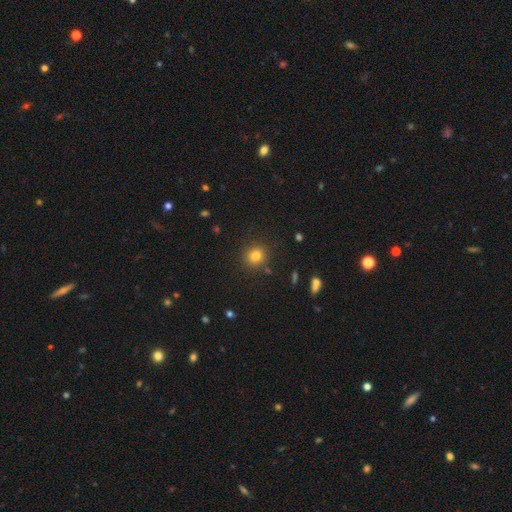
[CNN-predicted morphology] This is likely a smooth galaxy (80%). How rounded: clearly round (86%). Merging: clearly none (87%).